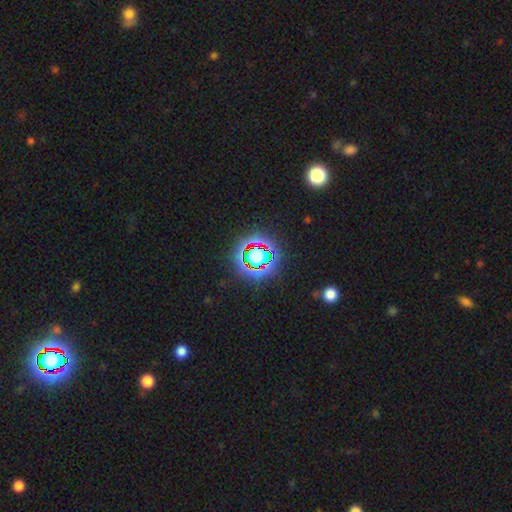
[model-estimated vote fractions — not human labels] A star or artifact, not a galaxy (64%).

Vote fractions:
- Smooth or featured? star or artifact: 64% / smooth: 24% / featured or disk: 12%